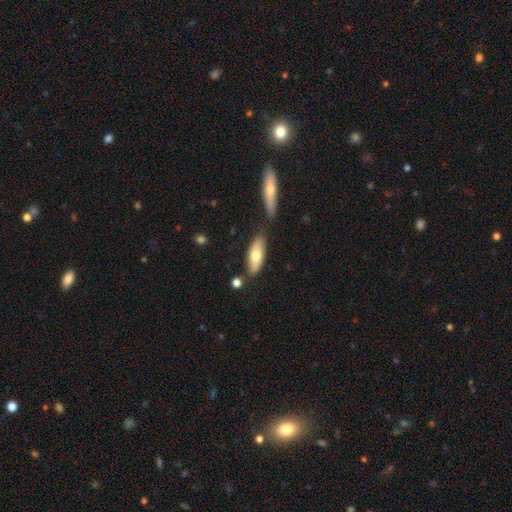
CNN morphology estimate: This appears to be a smooth galaxy with no disk features (65%) that is in between round and cigar-shaped (67%). Merging: none (70%).